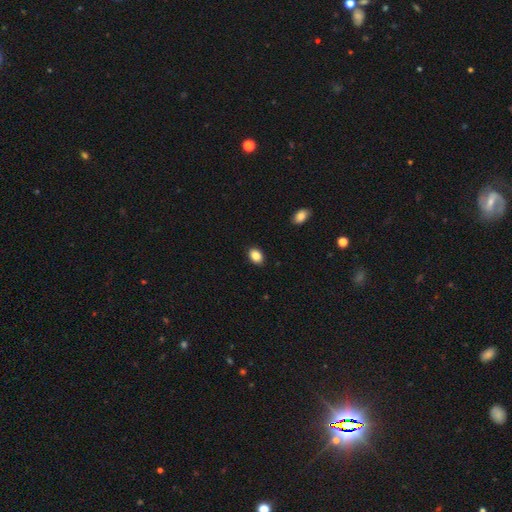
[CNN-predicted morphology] Smooth or featured? Predicted: smooth (p=0.87). How rounded? Predicted: in between (p=0.75). Merging? Predicted: none (p=0.90).